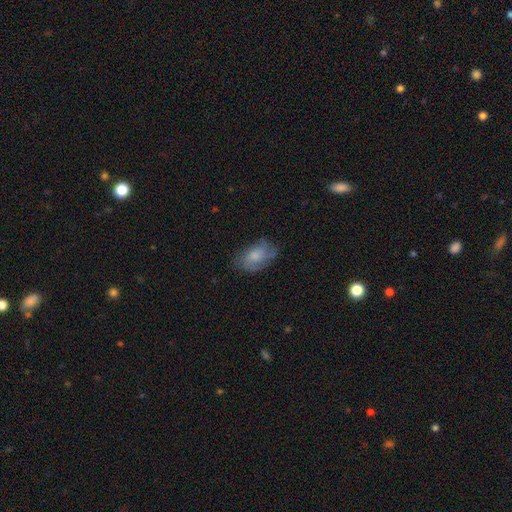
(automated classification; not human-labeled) smooth-or-featured: featured or disk: 47% | smooth: 44% | star or artifact: 8%
  merging: none: 62% | minor disturbance: 25% | major disturbance: 12% | merger: 1%